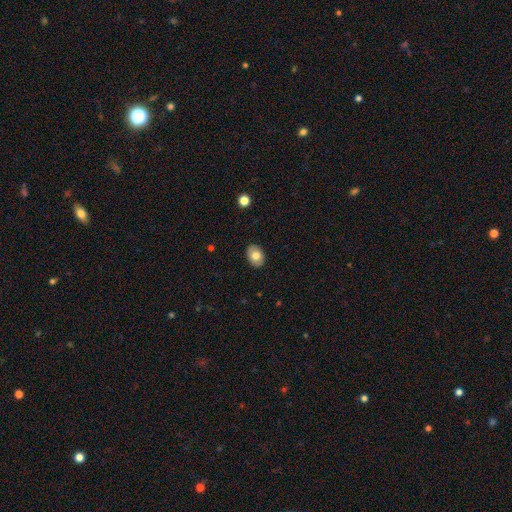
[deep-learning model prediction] Q: Smooth or featured?
A: smooth (76%); runner-up: featured or disk (16%)
Q: How rounded?
A: in between (74%); runner-up: round (25%)
Q: Merging?
A: none (88%); runner-up: minor disturbance (9%)